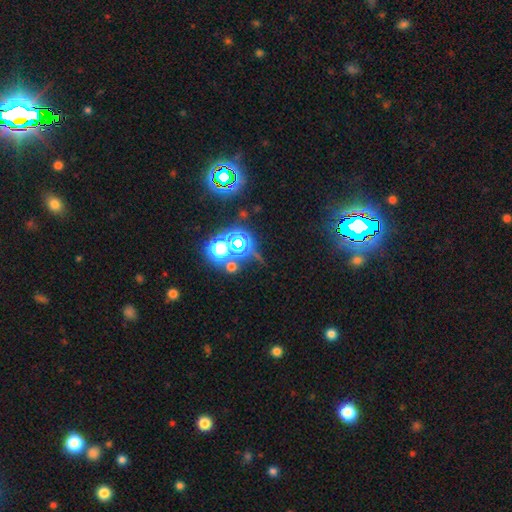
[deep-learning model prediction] smooth_or_featured: star or artifact (p=0.62) [alt: smooth p=0.26]